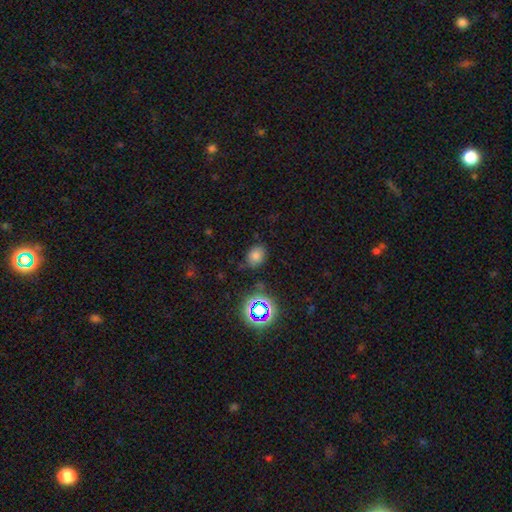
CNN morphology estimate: smooth_or_featured: smooth (p=0.71) [alt: star or artifact p=0.21]
how_rounded: in between (p=0.55) [alt: round p=0.44]
merging: none (p=0.76) [alt: minor disturbance p=0.17]